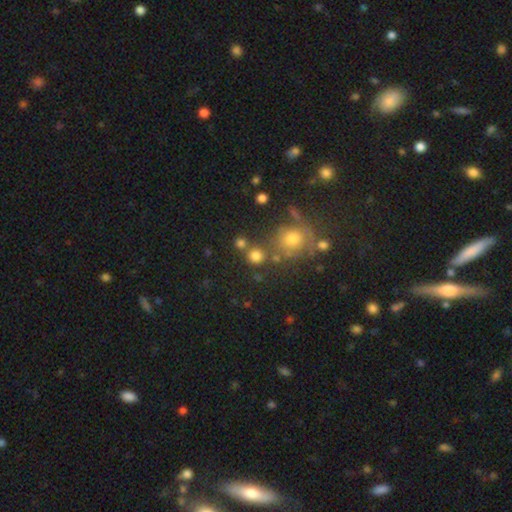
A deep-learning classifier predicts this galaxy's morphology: smooth 79%, star or artifact 14%, featured or disk 7%. Down the decision tree: how rounded — round (91%); merging — none (72%).